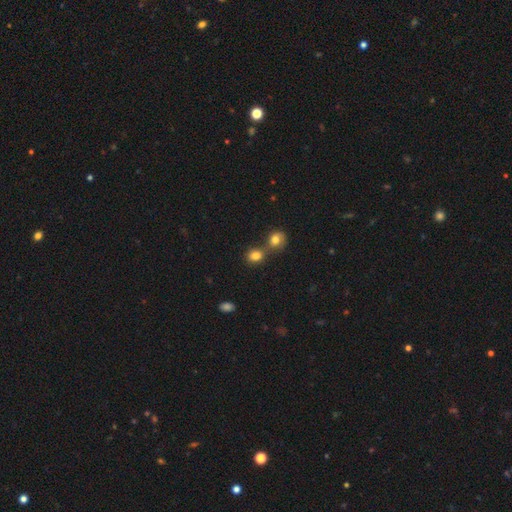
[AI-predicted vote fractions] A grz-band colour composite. It shows a smooth galaxy with no disk features (81%) that is round (58%). Merging: merger (44%, tied with none).